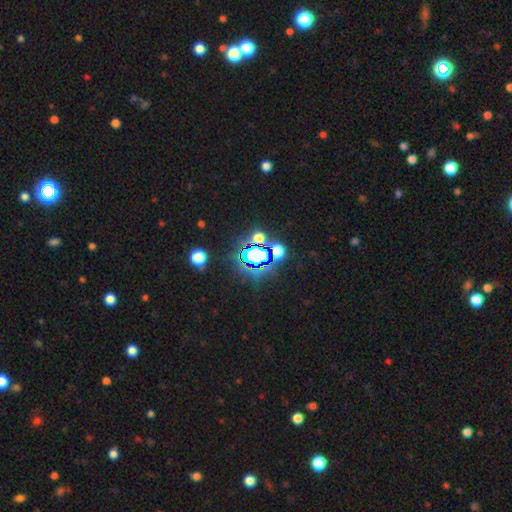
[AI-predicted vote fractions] Q: Smooth or featured?
A: star or artifact (67%); runner-up: smooth (22%)